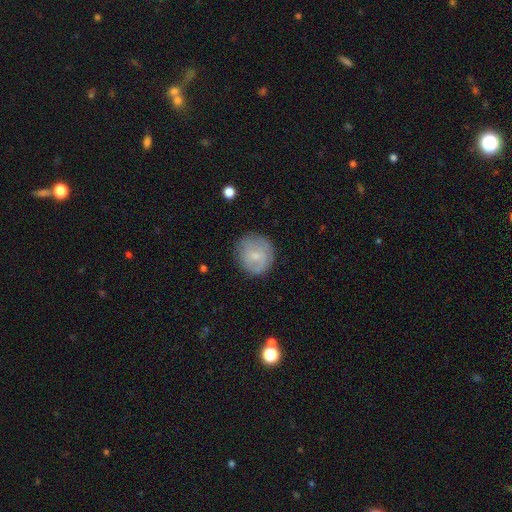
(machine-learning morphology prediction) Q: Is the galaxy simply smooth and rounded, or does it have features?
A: smooth — 56%.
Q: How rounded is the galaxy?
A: round — 86%.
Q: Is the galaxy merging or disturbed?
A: none — 76%.